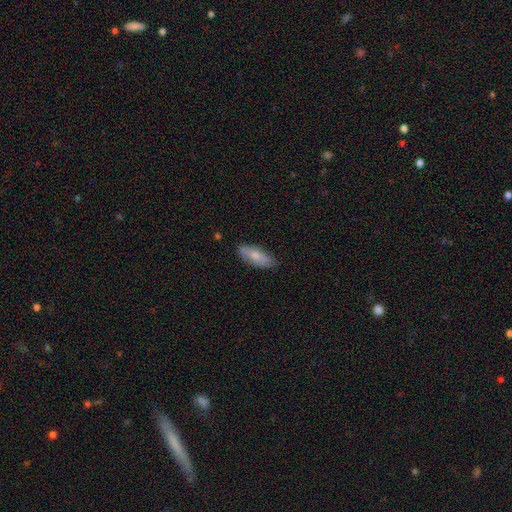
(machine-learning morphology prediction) smooth-or-featured: smooth: 68% | featured or disk: 25% | star or artifact: 6%
  how-rounded: in between: 71% | cigar-shaped: 26% | round: 2%
  merging: none: 82% | minor disturbance: 14% | major disturbance: 2% | merger: 1%